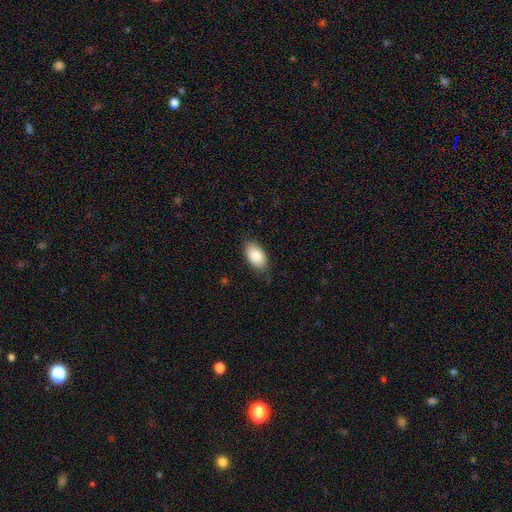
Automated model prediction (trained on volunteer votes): Smooth or featured?
  - smooth: 86% *
  - featured or disk: 8%
  - star or artifact: 6%
How rounded?
  - in between: 94% *
  - round: 4%
  - cigar-shaped: 2%
Merging?
  - none: 80% *
  - minor disturbance: 16%
  - major disturbance: 3%
  - merger: 1%